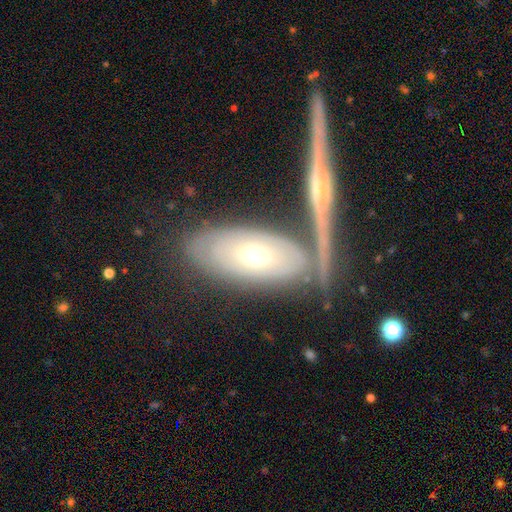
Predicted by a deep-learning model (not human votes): This is possibly a featured or disk galaxy (53%). It is possibly not viewed edge-on (58%). Merging: likely none (61%).